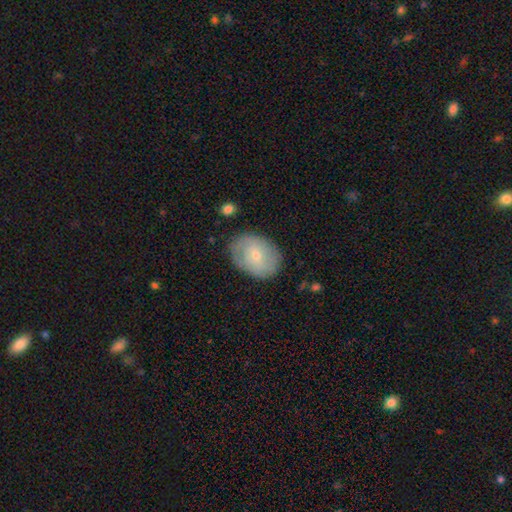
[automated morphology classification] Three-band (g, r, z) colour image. It shows a smooth galaxy with no disk features (53%) that is in between round and cigar-shaped (67%). Merging: none (79%).